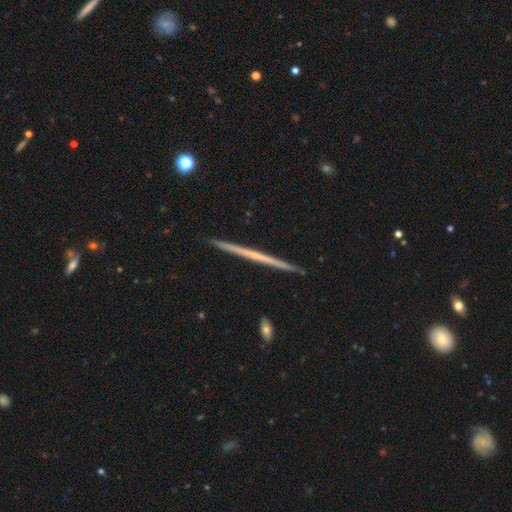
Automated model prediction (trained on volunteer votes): A featured or disk galaxy (67%) viewed edge-on (98%) with no central bulge (82%).

Vote fractions:
- Smooth or featured? featured or disk: 67% / smooth: 28% / star or artifact: 6%
- Edge-on disk? yes: 98% / no: 2%
- Edge-on bulge? none: 82% / rounded: 15% / boxy: 4%
- Merging? none: 93% / minor disturbance: 5% / merger: 1% / major disturbance: 1%